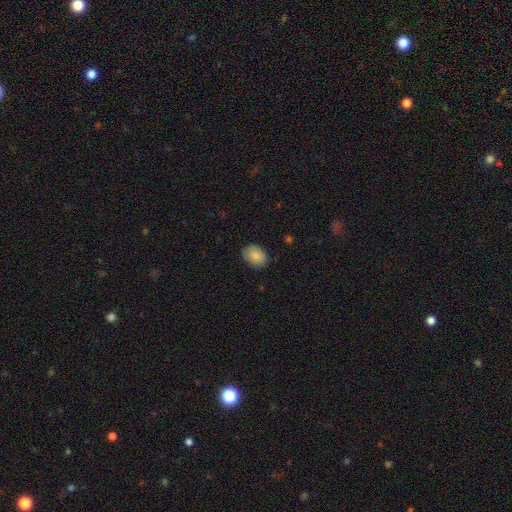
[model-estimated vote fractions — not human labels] smooth 84%, featured or disk 9%, star or artifact 7%. Down the decision tree: how rounded — in between (65%); merging — none (80%).